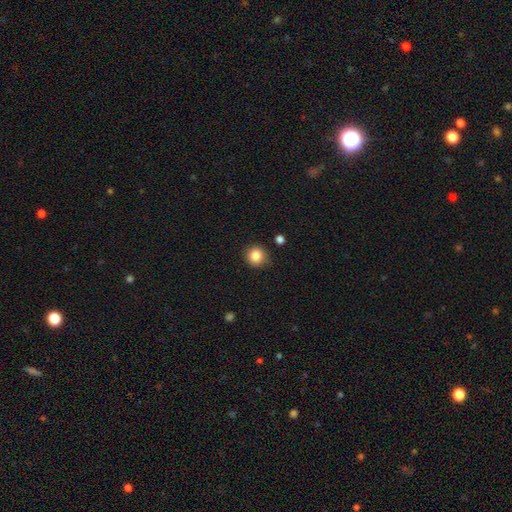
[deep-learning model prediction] Smooth or featured: smooth — 85% (star or artifact — 10%)
How rounded: round — 91% (in between — 8%)
Merging: none — 87% (minor disturbance — 8%)